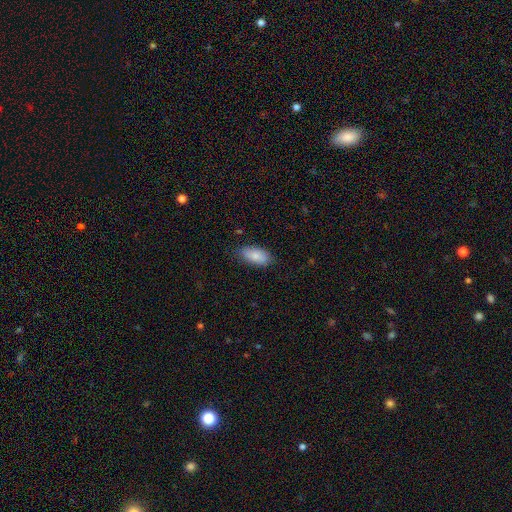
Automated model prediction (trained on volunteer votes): smooth_or_featured: smooth (p=0.84) [alt: featured or disk p=0.10]
how_rounded: in between (p=0.92) [alt: cigar-shaped p=0.06]
merging: none (p=0.82) [alt: minor disturbance p=0.14]